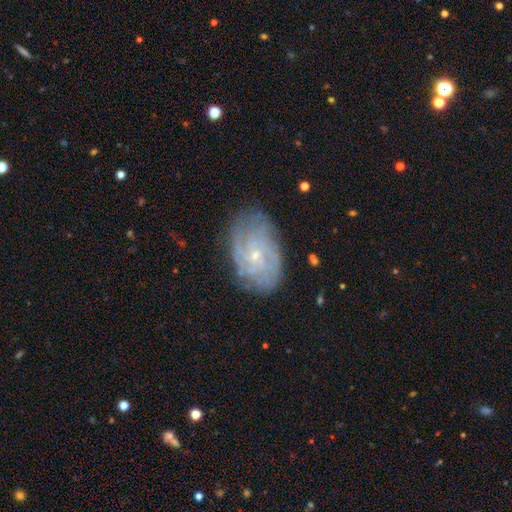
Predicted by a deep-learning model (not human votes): featured or disk 79%, smooth 14%, star or artifact 8%. Down the decision tree: edge-on disk — no (96%); bar — no (74%); spiral arms — yes (93%); spiral arm count — can't tell (41%); spiral winding — tight (65%); bulge size — small (80%); merging — none (78%).